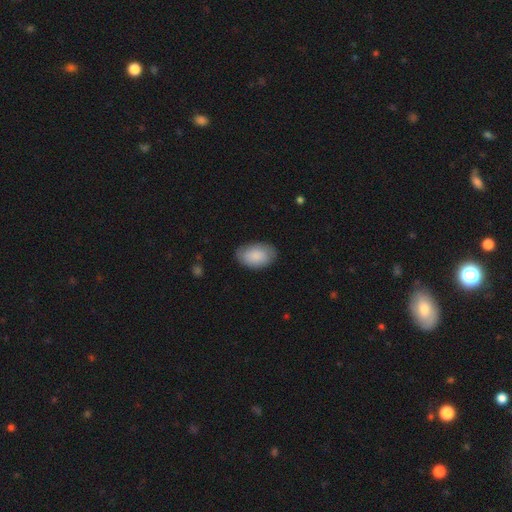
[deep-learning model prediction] smooth-or-featured: smooth: 85% | featured or disk: 10% | star or artifact: 6%
  how-rounded: in between: 92% | round: 6% | cigar-shaped: 1%
  merging: none: 80% | minor disturbance: 16% | major disturbance: 3% | merger: 1%